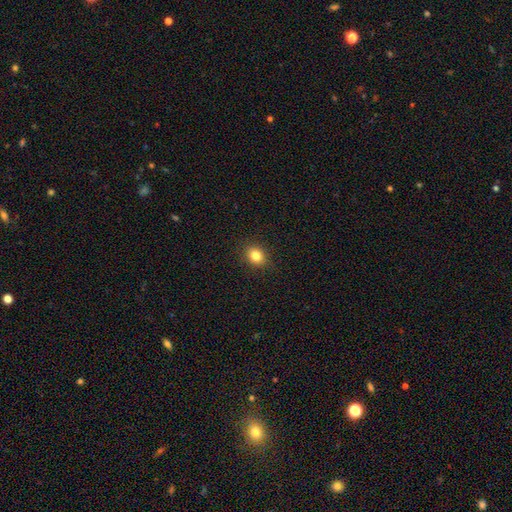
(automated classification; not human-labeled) Smooth or featured?
  - smooth: 82% *
  - star or artifact: 11%
  - featured or disk: 7%
How rounded?
  - round: 53% *
  - in between: 46%
  - cigar-shaped: 1%
Merging?
  - none: 89% *
  - minor disturbance: 8%
  - major disturbance: 2%
  - merger: 1%